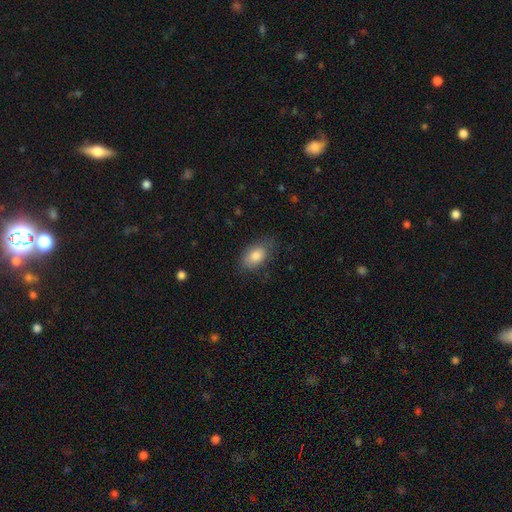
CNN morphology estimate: Overall: smooth (84%). How rounded: in between (90%). Merging: none (74%).